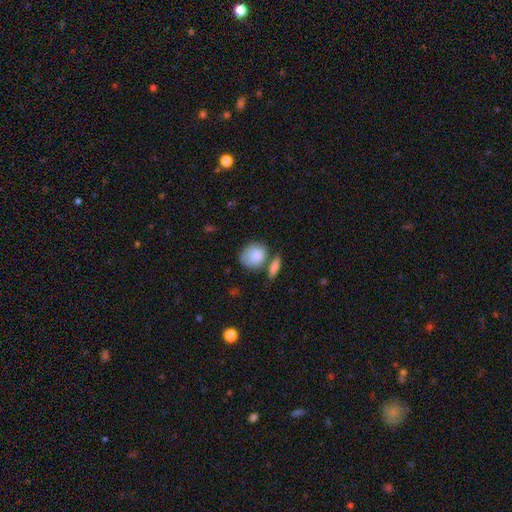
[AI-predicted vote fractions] Smooth or featured: smooth — 84% (featured or disk — 10%)
How rounded: round — 55% (in between — 43%)
Merging: none — 49% (merger — 25%)